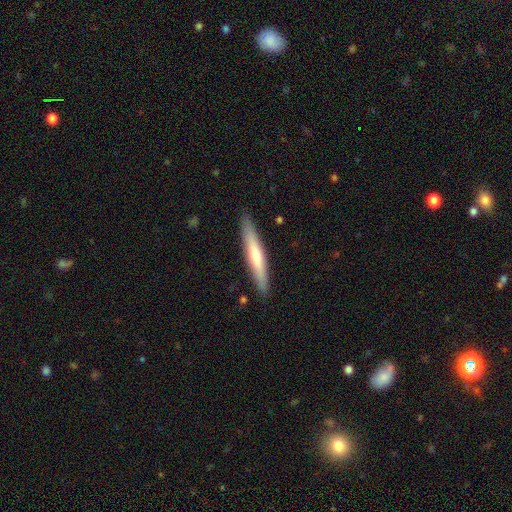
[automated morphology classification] Smooth or featured? Predicted: smooth (p=0.58). How rounded? Predicted: cigar-shaped (p=0.93). Merging? Predicted: none (p=0.90).